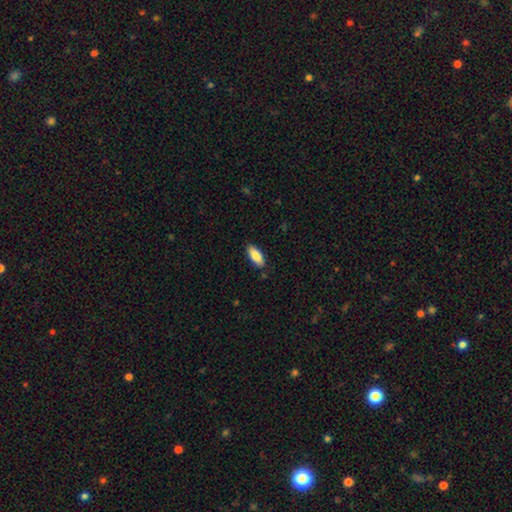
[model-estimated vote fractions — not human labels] The model was most divided on "how rounded": in between: 82%, cigar-shaped: 16%, round: 2%. More confident: merging — none (86%); smooth or featured — smooth (85%).